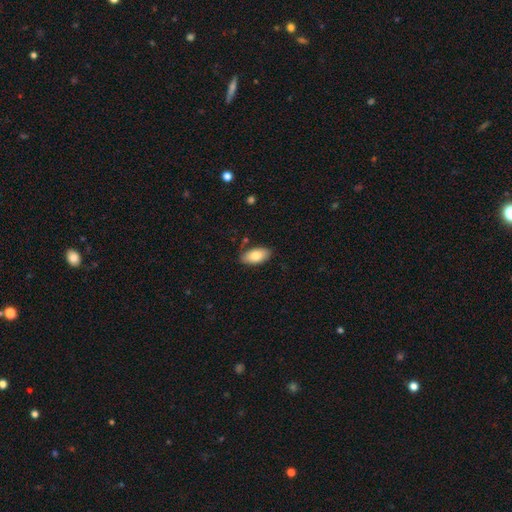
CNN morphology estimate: The model was most divided on "merging": none: 82%, minor disturbance: 13%, major disturbance: 3%, merger: 2%. More confident: how rounded — in between (94%); smooth or featured — smooth (82%).